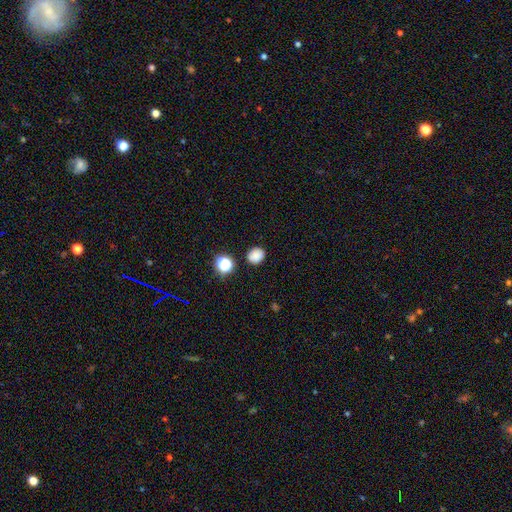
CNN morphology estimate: Smooth or featured?
  - smooth: 82% *
  - star or artifact: 14%
  - featured or disk: 4%
How rounded?
  - round: 67% *
  - in between: 32%
  - cigar-shaped: 1%
Merging?
  - none: 85% *
  - minor disturbance: 10%
  - merger: 3%
  - major disturbance: 3%